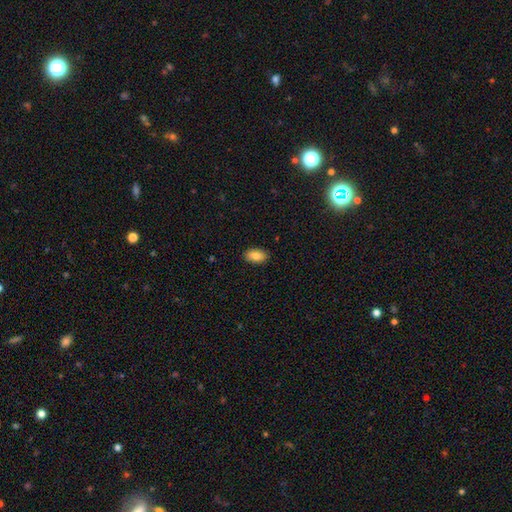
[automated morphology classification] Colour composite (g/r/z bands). It shows a smooth galaxy with no disk features (84%) that is in between round and cigar-shaped (93%). Merging: none (89%).